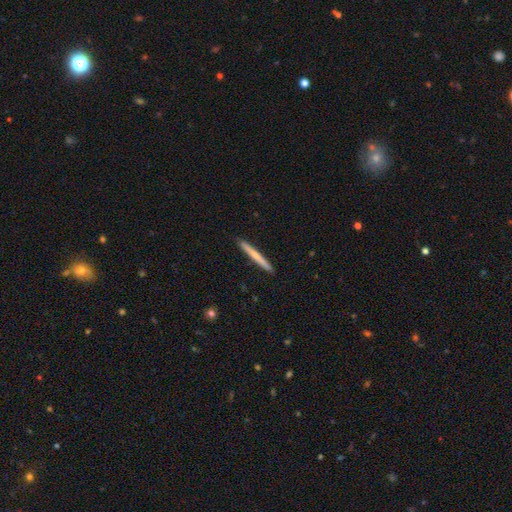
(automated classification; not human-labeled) smooth 54%, featured or disk 40%, star or artifact 5%. Down the decision tree: how rounded — cigar-shaped (97%); merging — none (92%).